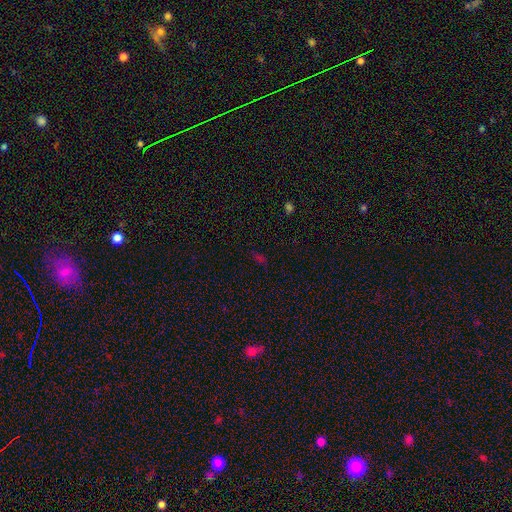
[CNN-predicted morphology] The model was most divided on "smooth or featured": star or artifact: 49%, smooth: 41%, featured or disk: 10%.